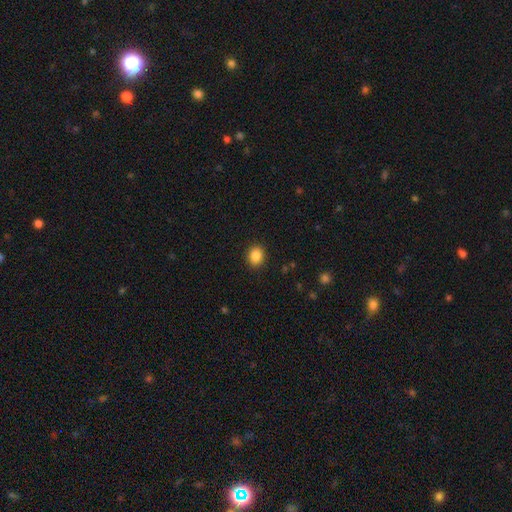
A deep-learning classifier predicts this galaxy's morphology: smooth-or-featured: smooth: 87% | star or artifact: 9% | featured or disk: 4%
  how-rounded: round: 57% | in between: 43% | cigar-shaped: 1%
  merging: none: 90% | minor disturbance: 7% | major disturbance: 2% | merger: 1%